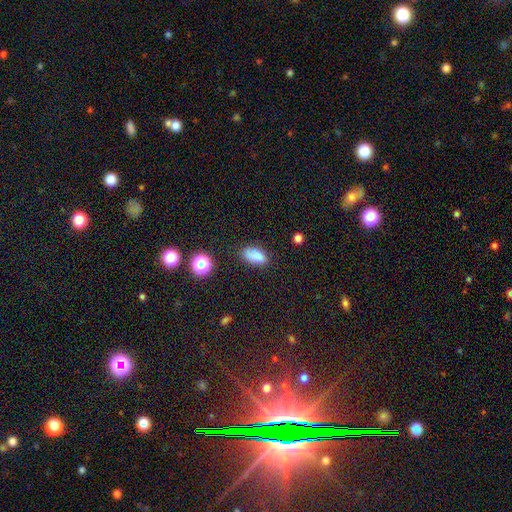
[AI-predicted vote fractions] This appears to be a smooth galaxy with no disk features (80%) that is in between round and cigar-shaped (87%). Merging: none (68%).